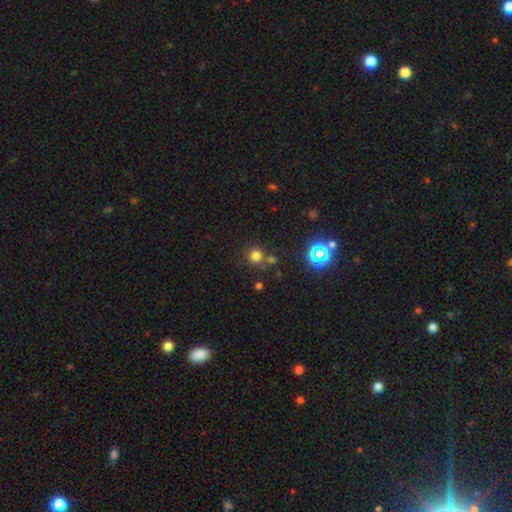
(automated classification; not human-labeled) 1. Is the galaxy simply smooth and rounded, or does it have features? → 72% smooth, 22% star or artifact, 6% featured or disk.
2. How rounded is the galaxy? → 92% round, 7% in between, 1% cigar-shaped.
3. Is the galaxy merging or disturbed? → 72% none, 15% merger, 10% minor disturbance, 4% major disturbance.